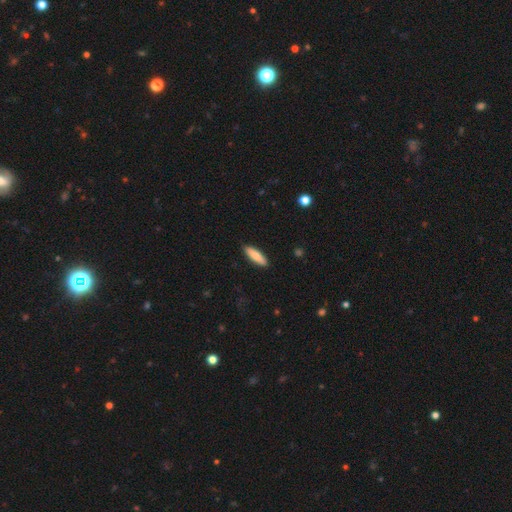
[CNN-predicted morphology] smooth-or-featured: smooth: 83% | featured or disk: 12% | star or artifact: 5%
  how-rounded: cigar-shaped: 57% | in between: 42% | round: 2%
  merging: none: 90% | minor disturbance: 8% | major disturbance: 2% | merger: 1%